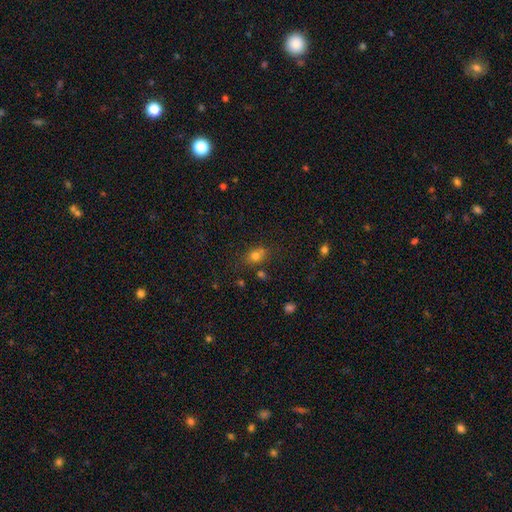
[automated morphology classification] Smooth or featured?
  - smooth: 73% *
  - star or artifact: 17%
  - featured or disk: 10%
How rounded?
  - in between: 55% *
  - round: 43%
  - cigar-shaped: 2%
Merging?
  - none: 58% *
  - merger: 18%
  - minor disturbance: 17%
  - major disturbance: 6%